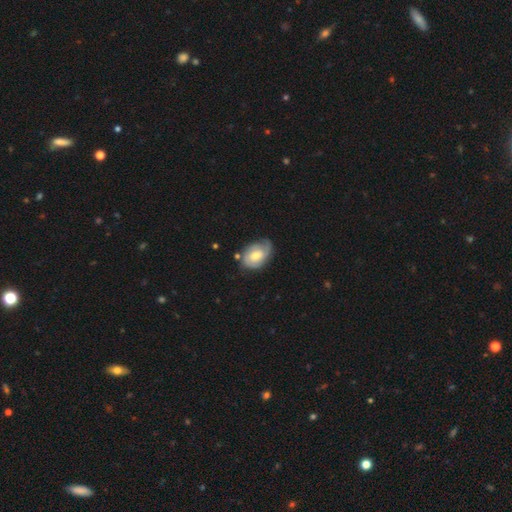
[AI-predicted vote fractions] smooth_or_featured: featured or disk (p=0.57) [alt: smooth p=0.37]
disk_edge_on: no (p=0.96) [alt: yes p=0.04]
bar: no (p=0.60) [alt: weak p=0.34]
has_spiral_arms: yes (p=0.83) [alt: no p=0.17]
bulge_size: moderate (p=0.64) [alt: small p=0.25]
merging: none (p=0.58) [alt: minor disturbance p=0.29]